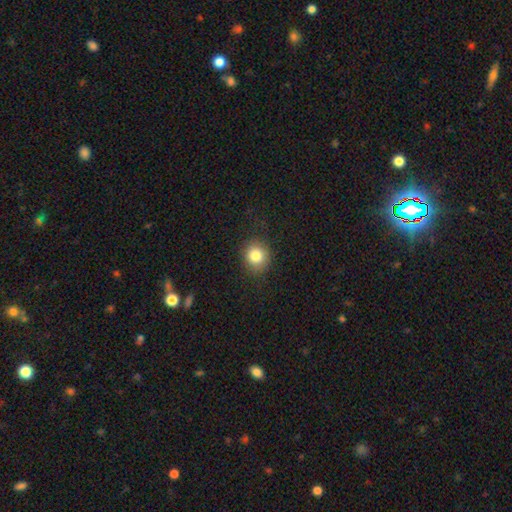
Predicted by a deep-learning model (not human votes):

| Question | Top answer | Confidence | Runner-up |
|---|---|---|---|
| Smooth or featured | smooth | 82% | star or artifact (10%) |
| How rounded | round | 82% | in between (17%) |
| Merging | none | 86% | minor disturbance (10%) |